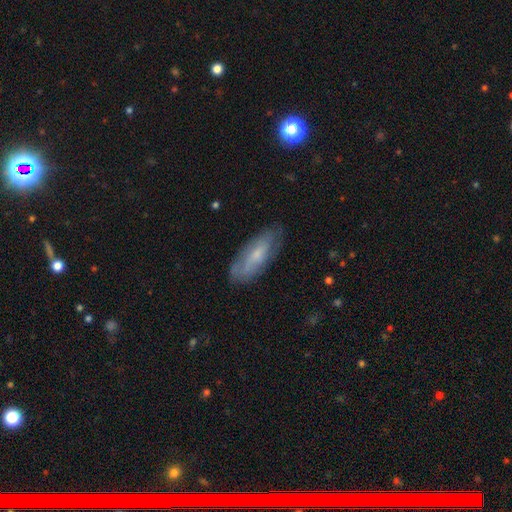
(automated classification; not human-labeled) Q: Smooth or featured?
A: smooth (52%); runner-up: featured or disk (41%)
Q: How rounded?
A: in between (68%); runner-up: cigar-shaped (30%)
Q: Merging?
A: none (74%); runner-up: minor disturbance (20%)